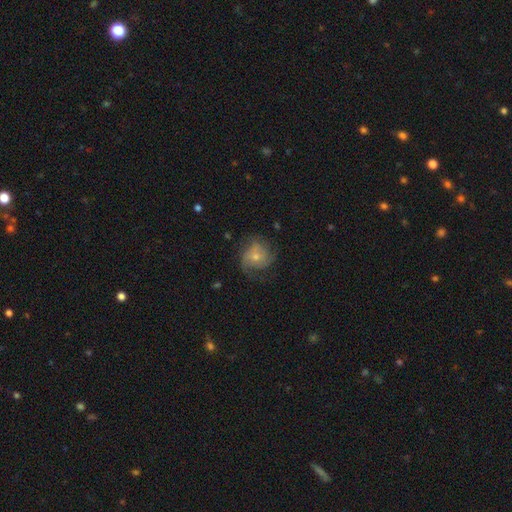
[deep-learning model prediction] Smooth or featured? Predicted: featured or disk (p=0.58). Edge-on disk? Predicted: no (p=0.98). Bar? Predicted: no (p=0.80). Spiral arms? Predicted: yes (p=0.84). Bulge size? Predicted: small (p=0.52). Merging? Predicted: none (p=0.58).